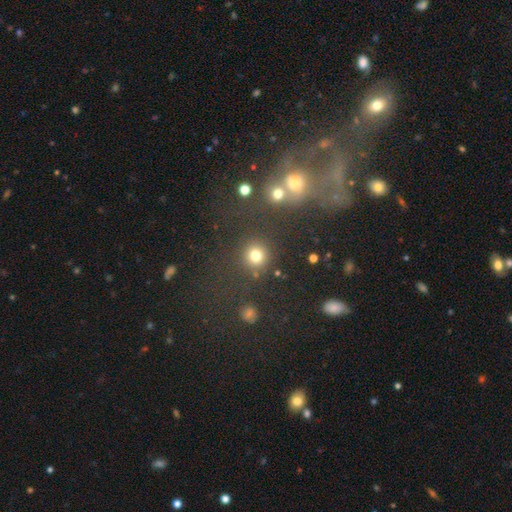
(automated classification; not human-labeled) Smooth or featured: smooth — 77% (star or artifact — 18%)
How rounded: round — 92% (in between — 7%)
Merging: none — 82% (minor disturbance — 8%)